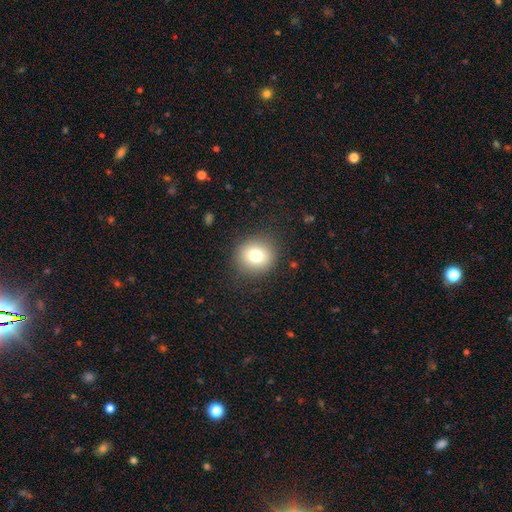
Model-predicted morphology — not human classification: type=smooth (76%); roundness=round (89%); merging=none (88%).